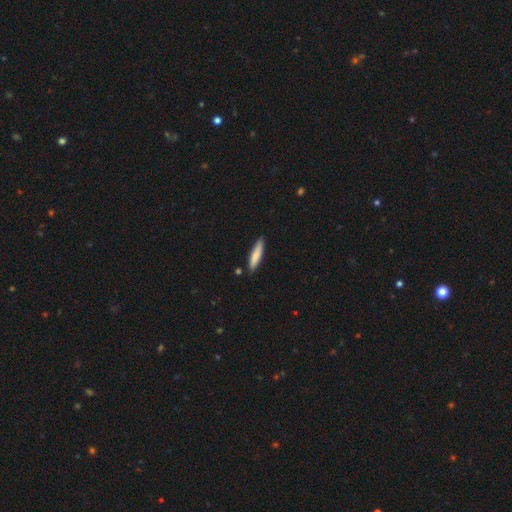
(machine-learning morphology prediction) This appears to be a smooth galaxy with no disk features (81%) that is cigar-shaped (84%). Merging: none (85%).